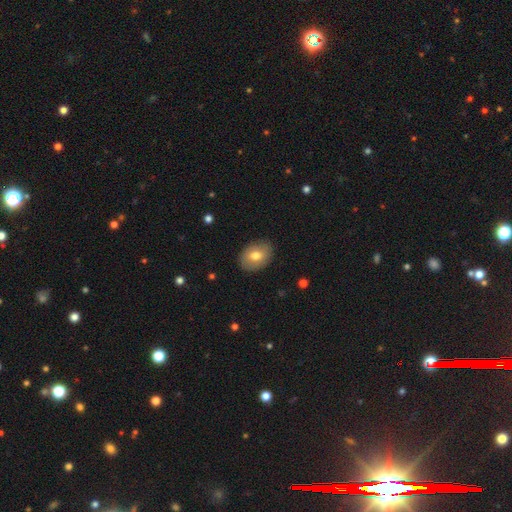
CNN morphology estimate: Overall: smooth (72%). How rounded: in between (74%). Merging: none (86%).